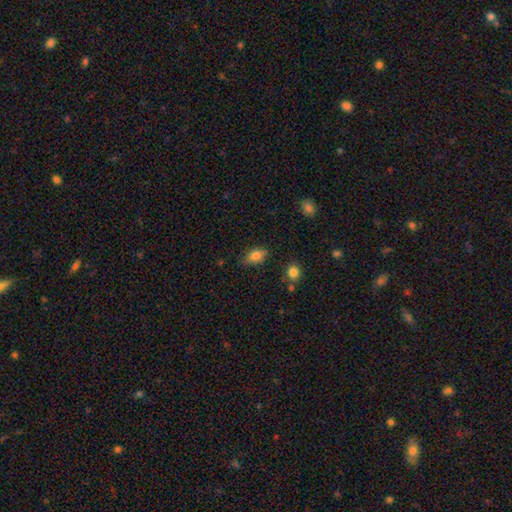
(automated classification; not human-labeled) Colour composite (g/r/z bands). It shows a smooth galaxy with no disk features (80%) that is in between round and cigar-shaped (85%). Merging: none (78%).